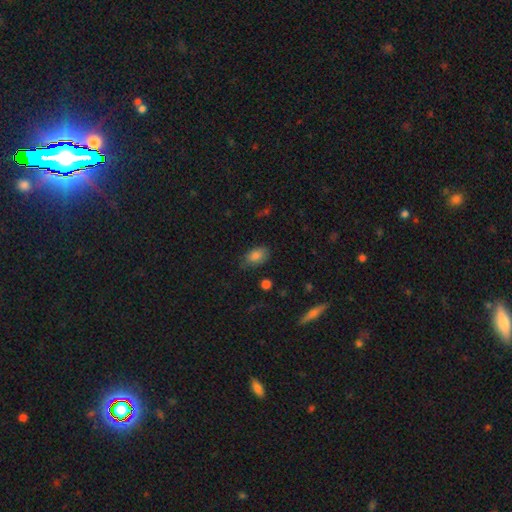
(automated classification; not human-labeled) The model was most divided on "merging": none: 72%, minor disturbance: 22%, major disturbance: 5%, merger: 2%. More confident: how rounded — in between (89%); smooth or featured — smooth (85%).